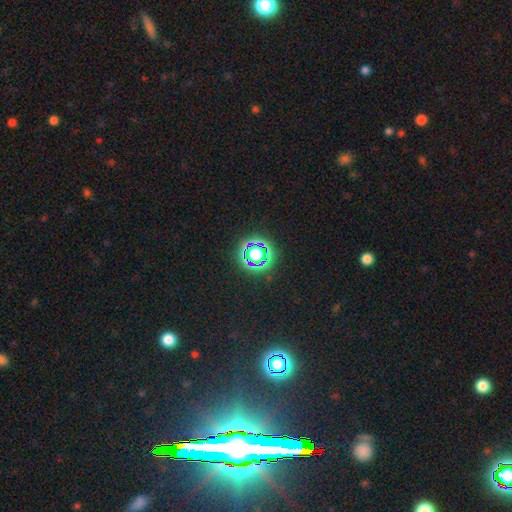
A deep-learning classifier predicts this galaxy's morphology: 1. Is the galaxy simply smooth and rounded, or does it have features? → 81% star or artifact, 11% smooth, 8% featured or disk.